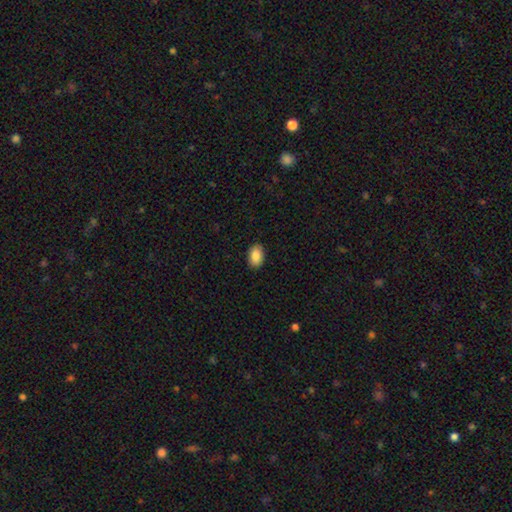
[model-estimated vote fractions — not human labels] Smooth or featured: smooth — 87% (star or artifact — 7%)
How rounded: in between — 89% (round — 10%)
Merging: none — 90% (minor disturbance — 8%)